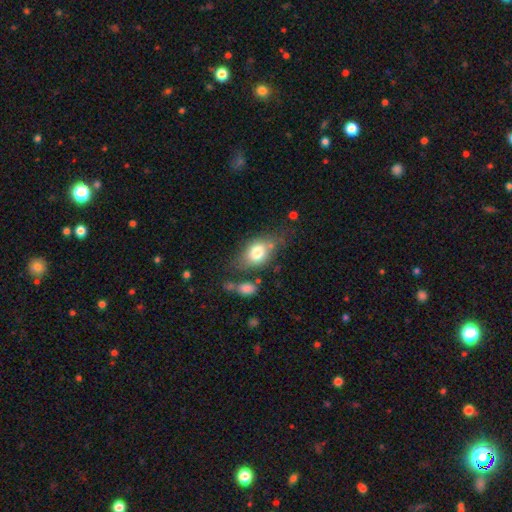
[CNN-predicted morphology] smooth-or-featured: smooth: 74% | featured or disk: 18% | star or artifact: 9%
  how-rounded: in between: 76% | round: 20% | cigar-shaped: 4%
  merging: none: 58% | minor disturbance: 23% | merger: 10% | major disturbance: 9%